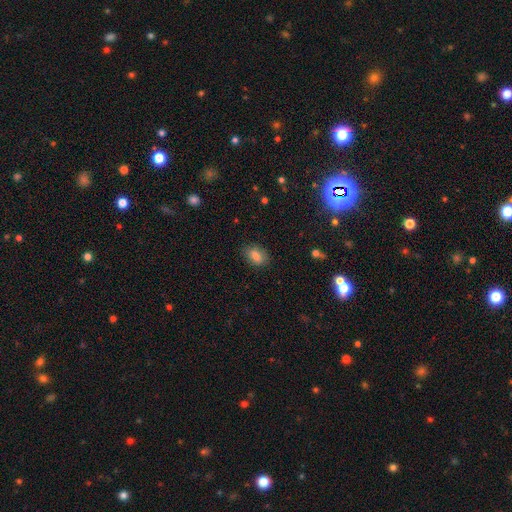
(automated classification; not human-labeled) Smooth or featured?
  - smooth: 82% *
  - star or artifact: 10%
  - featured or disk: 8%
How rounded?
  - in between: 83% *
  - round: 14%
  - cigar-shaped: 2%
Merging?
  - none: 82% *
  - minor disturbance: 13%
  - major disturbance: 3%
  - merger: 1%